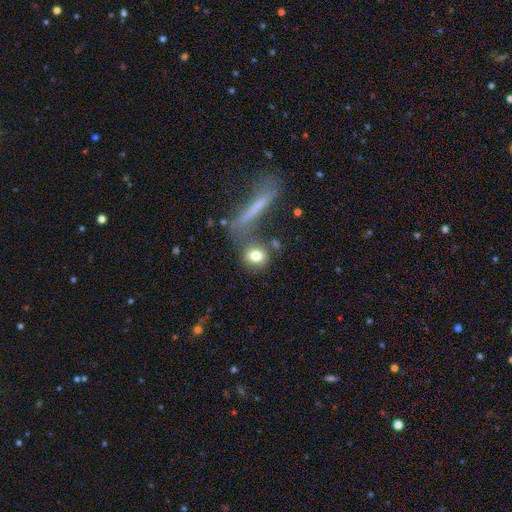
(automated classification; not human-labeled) Morphology: type=smooth (77%); roundness=round (55%); merging=none (61%).